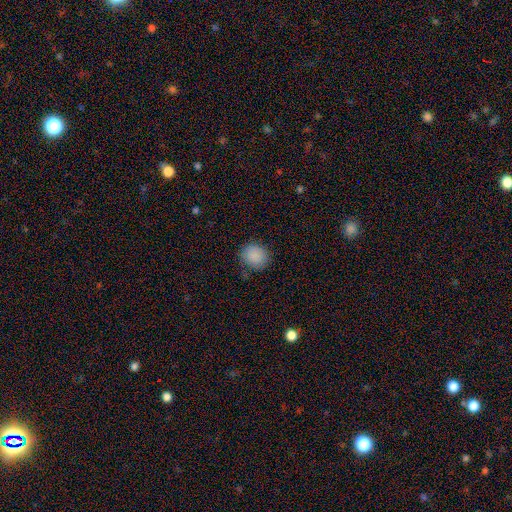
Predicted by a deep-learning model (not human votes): smooth 88%, star or artifact 9%, featured or disk 4%. Down the decision tree: how rounded — round (81%); merging — none (83%).